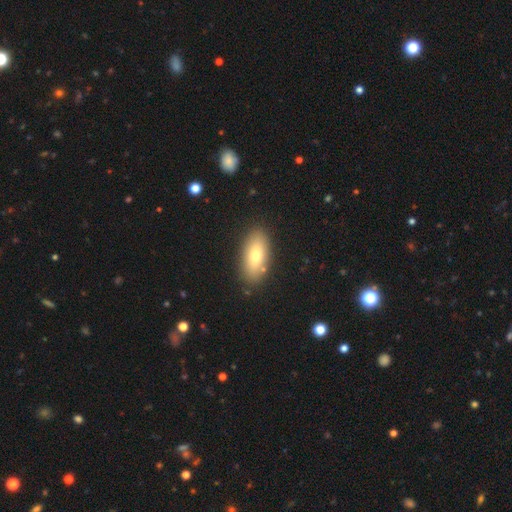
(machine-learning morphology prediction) smooth 73%, featured or disk 20%, star or artifact 7%. Down the decision tree: how rounded — in between (87%); merging — none (86%).